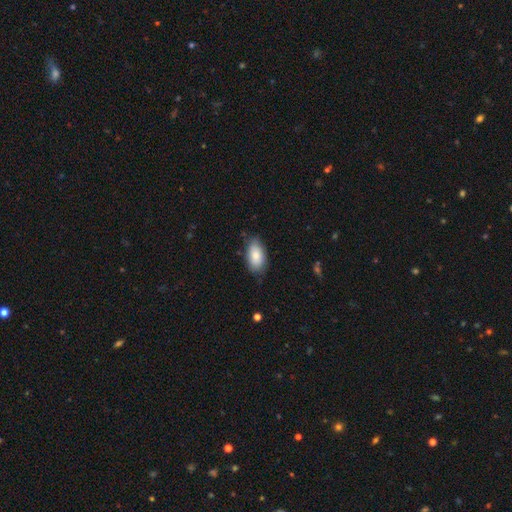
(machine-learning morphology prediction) smooth_or_featured: smooth (p=0.84) [alt: featured or disk p=0.10]
how_rounded: in between (p=0.94) [alt: round p=0.04]
merging: none (p=0.77) [alt: minor disturbance p=0.19]